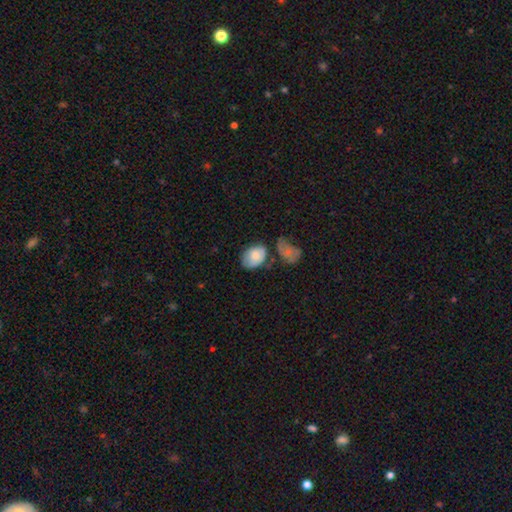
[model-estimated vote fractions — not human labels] smooth_or_featured: smooth (p=0.74) [alt: featured or disk p=0.20]
how_rounded: in between (p=0.75) [alt: round p=0.24]
merging: none (p=0.39) [alt: minor disturbance p=0.29]